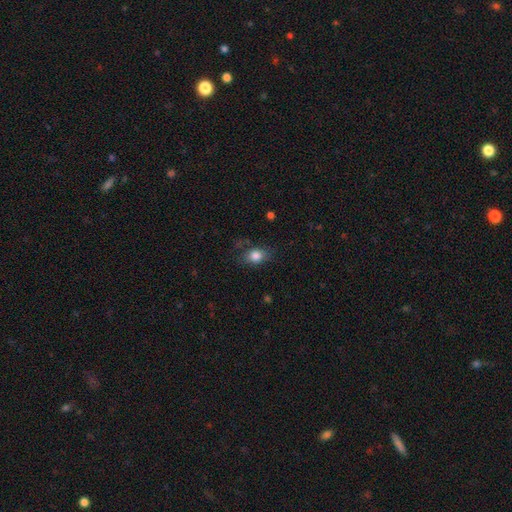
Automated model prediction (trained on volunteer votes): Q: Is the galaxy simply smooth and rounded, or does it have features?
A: smooth — 82%.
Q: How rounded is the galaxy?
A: in between — 66%.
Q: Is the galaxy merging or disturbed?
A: none — 75%.